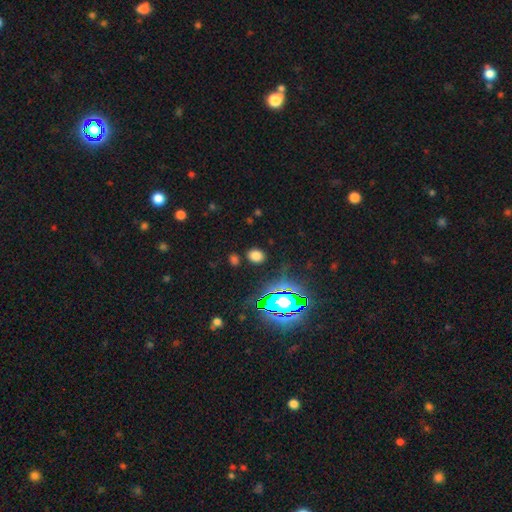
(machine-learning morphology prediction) The model was most divided on "how rounded": in between: 52%, round: 46%, cigar-shaped: 1%. More confident: merging — none (85%); smooth or featured — smooth (70%).